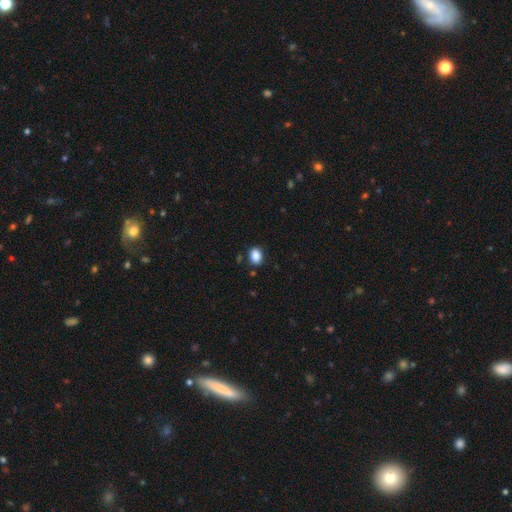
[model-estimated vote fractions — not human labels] This is clearly a smooth galaxy (88%). How rounded: likely in between (68%). Merging: clearly none (84%).